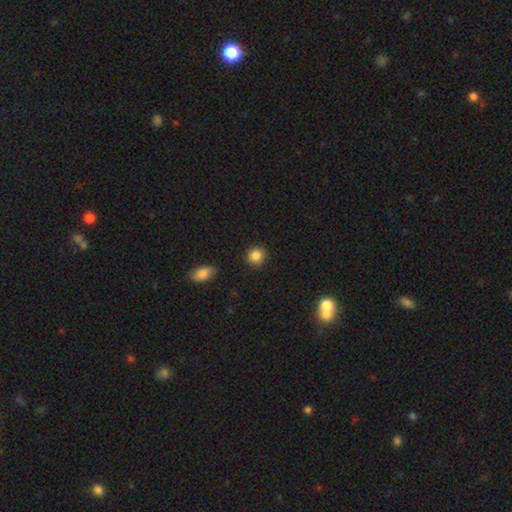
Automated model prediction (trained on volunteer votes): The model was most divided on "smooth or featured": smooth: 86%, star or artifact: 9%, featured or disk: 5%. More confident: merging — none (89%); how rounded — round (89%).